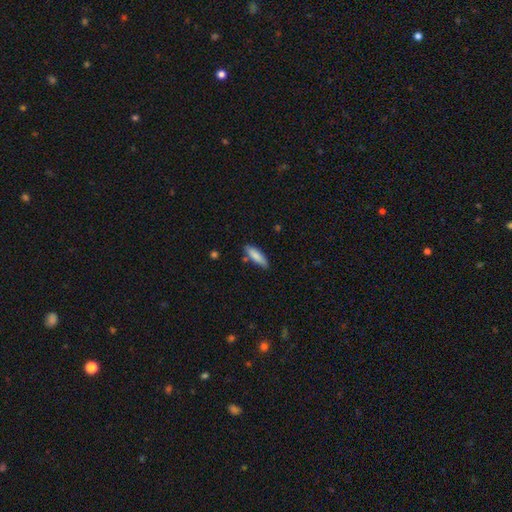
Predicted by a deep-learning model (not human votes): Overall: smooth (84%). How rounded: cigar-shaped (54%; in between 44%). Merging: none (77%).